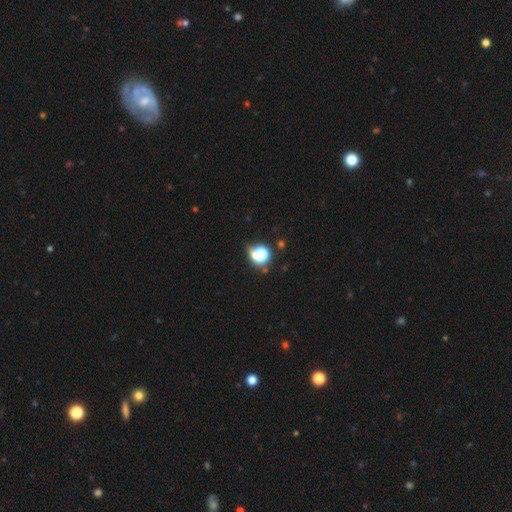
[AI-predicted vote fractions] Morphology: type=smooth (54%); roundness=round (76%); merging=none (58%).